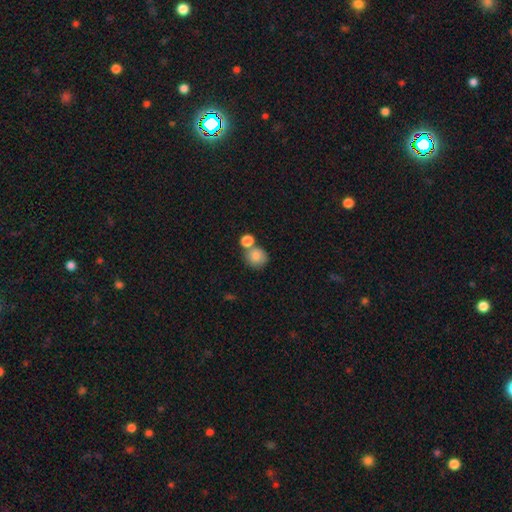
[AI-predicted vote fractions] smooth-or-featured: smooth: 83% | star or artifact: 9% | featured or disk: 8%
  how-rounded: round: 86% | in between: 13% | cigar-shaped: 1%
  merging: none: 53% | merger: 32% | minor disturbance: 11% | major disturbance: 4%